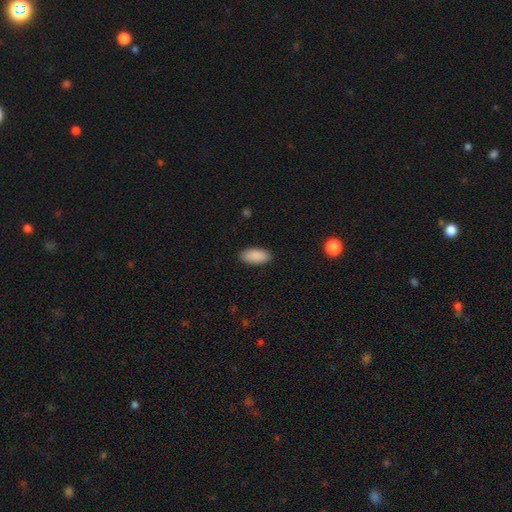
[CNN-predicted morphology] Smooth or featured? smooth (90%)
How rounded? in between (93%)
Merging? none (89%)